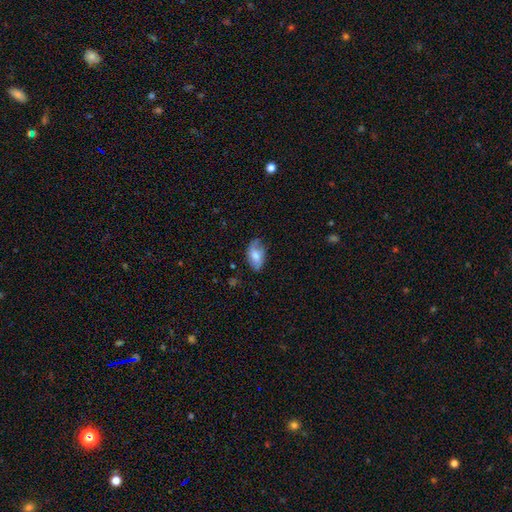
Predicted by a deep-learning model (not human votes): A smooth galaxy with no disk features (59%) that is in between round and cigar-shaped (91%). Merging: none (63%).